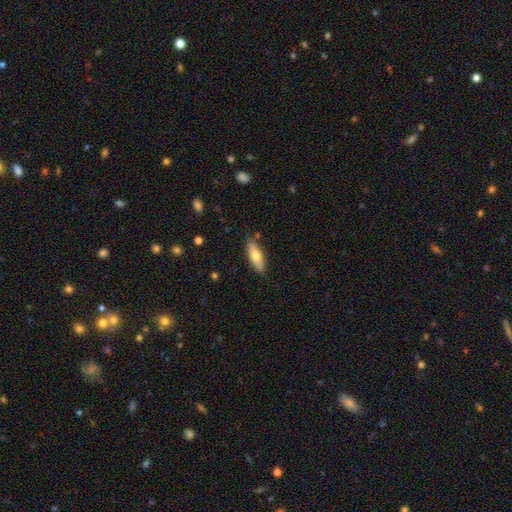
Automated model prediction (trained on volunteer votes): smooth-or-featured: smooth: 68% | featured or disk: 26% | star or artifact: 6%
  how-rounded: in between: 60% | cigar-shaped: 38% | round: 2%
  merging: none: 83% | minor disturbance: 12% | major disturbance: 2% | merger: 2%